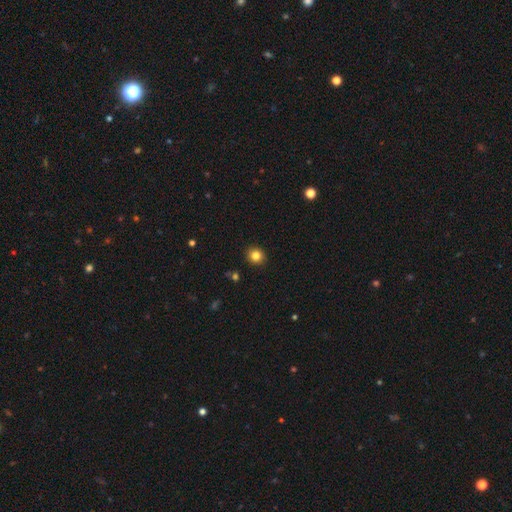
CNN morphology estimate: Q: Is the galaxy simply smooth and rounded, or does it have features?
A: smooth — 83%.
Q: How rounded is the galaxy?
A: round — 89%.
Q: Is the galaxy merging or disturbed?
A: none — 92%.